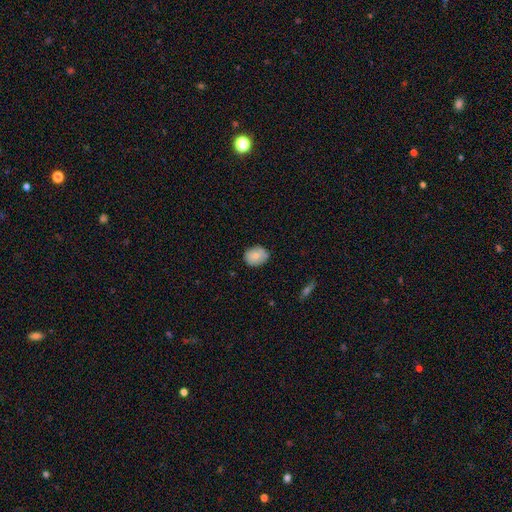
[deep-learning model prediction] Smooth or featured? Predicted: smooth (p=0.78). How rounded? Predicted: round (p=0.51). Merging? Predicted: none (p=0.79).